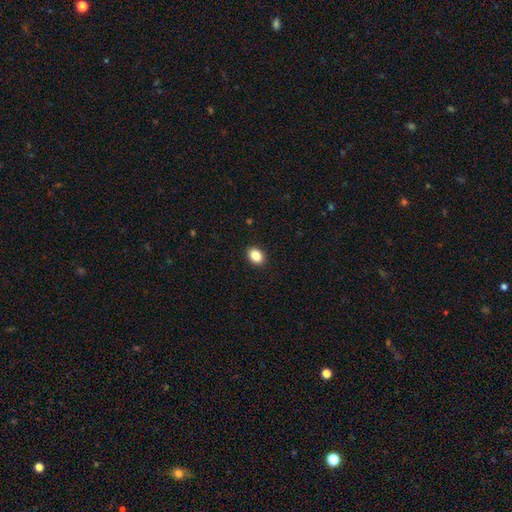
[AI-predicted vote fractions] A smooth galaxy with no disk features (87%) that is in between round and cigar-shaped (68%).

Vote fractions:
- Smooth or featured? smooth: 87% / star or artifact: 9% / featured or disk: 4%
- How rounded? in between: 68% / round: 31% / cigar-shaped: 1%
- Merging? none: 91% / minor disturbance: 6% / major disturbance: 2% / merger: 1%